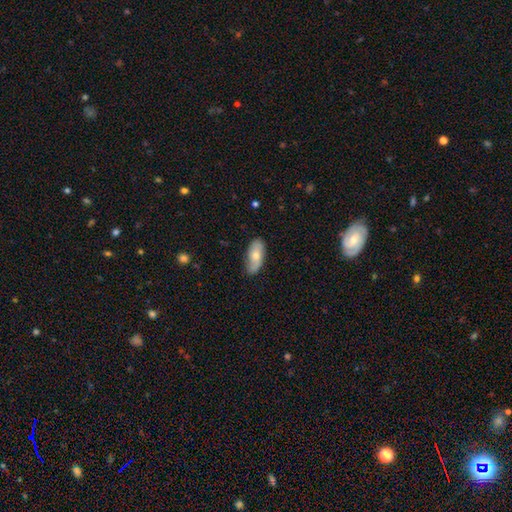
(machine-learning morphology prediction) A smooth galaxy with no disk features (62%) that is in between round and cigar-shaped (87%).

Vote fractions:
- Smooth or featured? smooth: 62% / featured or disk: 32% / star or artifact: 6%
- How rounded? in between: 87% / cigar-shaped: 10% / round: 3%
- Merging? none: 74% / minor disturbance: 21% / major disturbance: 4% / merger: 1%